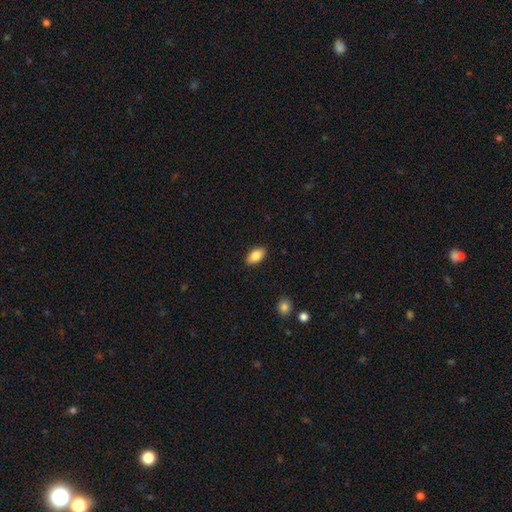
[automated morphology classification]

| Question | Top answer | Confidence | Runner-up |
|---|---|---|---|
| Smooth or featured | smooth | 86% | star or artifact (7%) |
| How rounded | in between | 93% | cigar-shaped (4%) |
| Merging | none | 89% | minor disturbance (8%) |